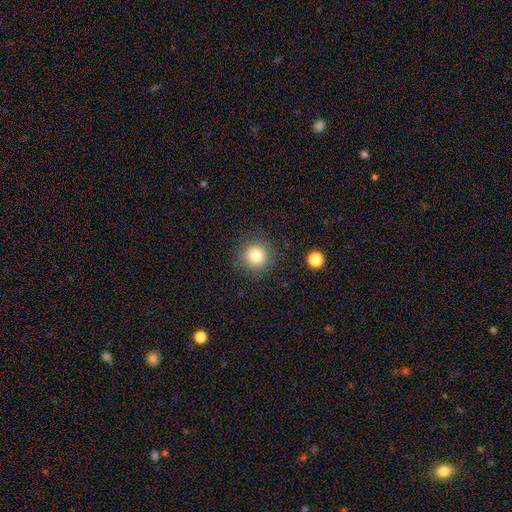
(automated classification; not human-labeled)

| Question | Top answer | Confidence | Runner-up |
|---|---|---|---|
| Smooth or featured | smooth | 78% | star or artifact (13%) |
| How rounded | round | 94% | in between (5%) |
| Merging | none | 87% | minor disturbance (8%) |